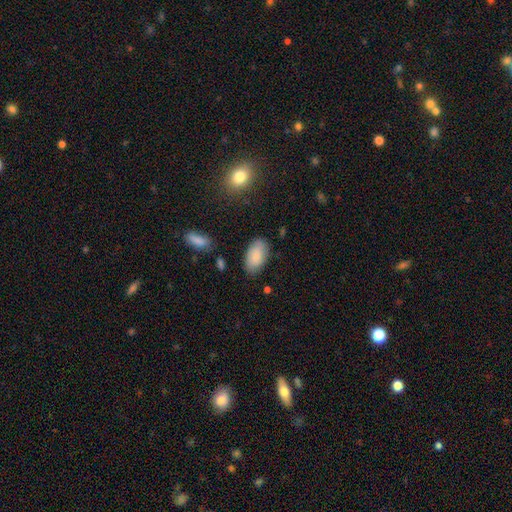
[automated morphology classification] type=smooth (83%); roundness=in between (95%); merging=none (80%).